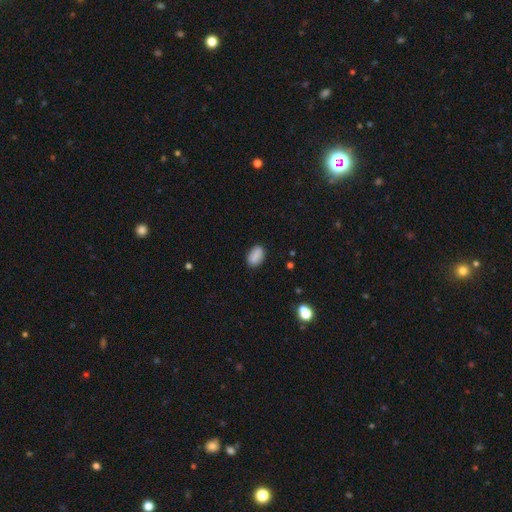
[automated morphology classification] Smooth or featured: smooth — 85% (star or artifact — 9%)
How rounded: in between — 85% (round — 13%)
Merging: none — 81% (minor disturbance — 14%)